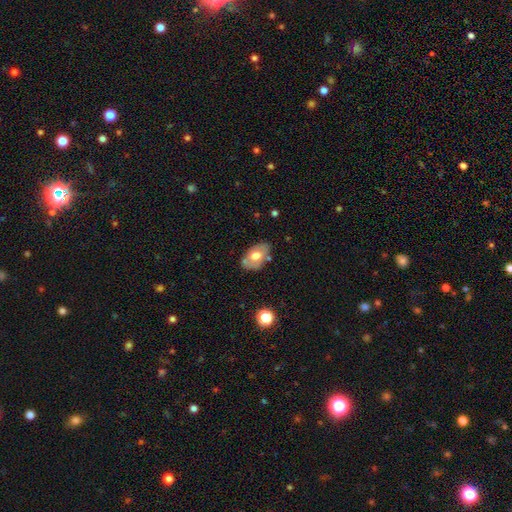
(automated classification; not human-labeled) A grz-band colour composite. It shows a smooth galaxy with no disk features (58%) that is in between round and cigar-shaped (90%). Merging: none (71%).